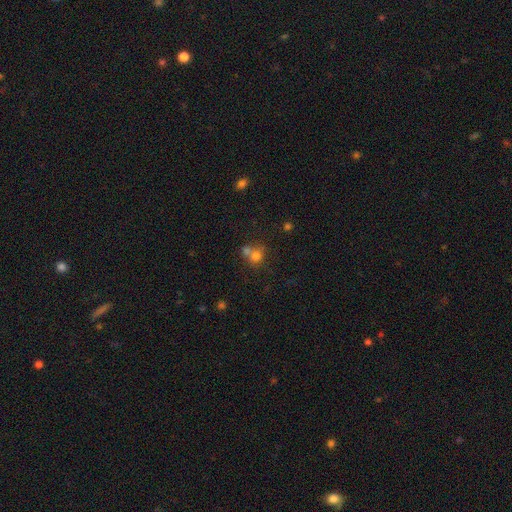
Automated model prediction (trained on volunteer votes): Overall: smooth (73%). How rounded: round (77%). Merging: merger (48%; none 39%).